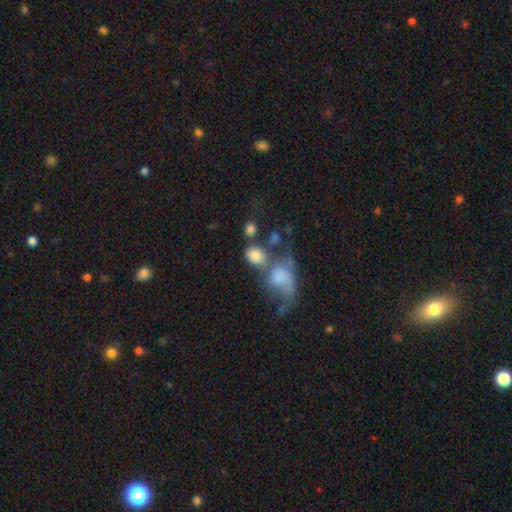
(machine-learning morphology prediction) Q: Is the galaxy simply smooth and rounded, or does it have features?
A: smooth — 71%.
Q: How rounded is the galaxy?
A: in between — 50%.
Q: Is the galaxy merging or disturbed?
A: merger — 51%.